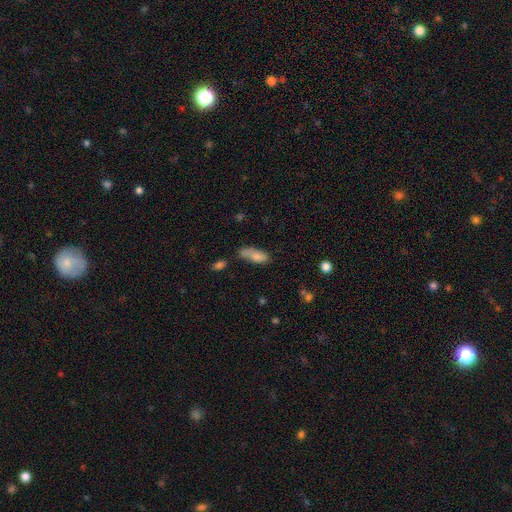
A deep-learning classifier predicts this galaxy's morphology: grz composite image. It shows a smooth galaxy with no disk features (79%) that is in between round and cigar-shaped (73%). Merging: none (45%).